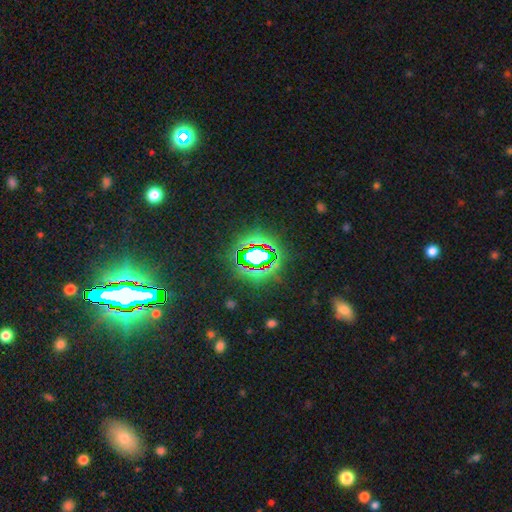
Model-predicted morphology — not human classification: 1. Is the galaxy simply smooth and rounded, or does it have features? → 71% star or artifact, 18% smooth, 11% featured or disk.